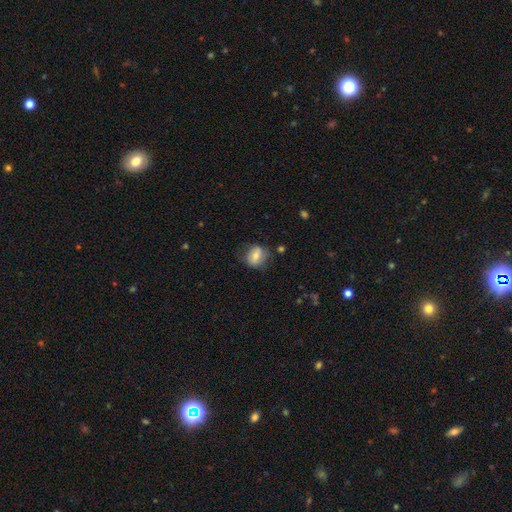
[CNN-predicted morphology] Smooth or featured? Predicted: smooth (p=0.66). How rounded? Predicted: round (p=0.56). Merging? Predicted: none (p=0.72).